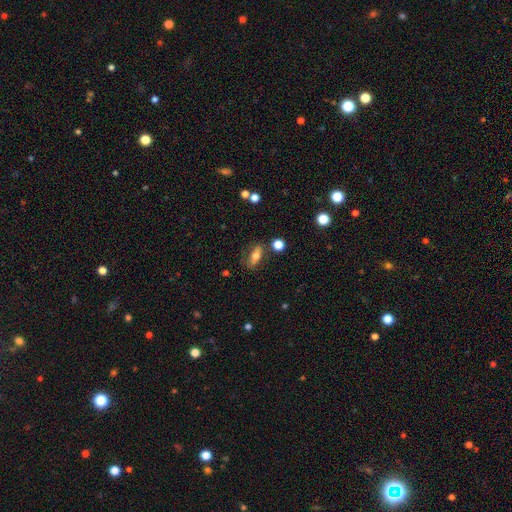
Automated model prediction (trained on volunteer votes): smooth 58%, featured or disk 33%, star or artifact 9%. Down the decision tree: how rounded — in between (60%); merging — none (70%).